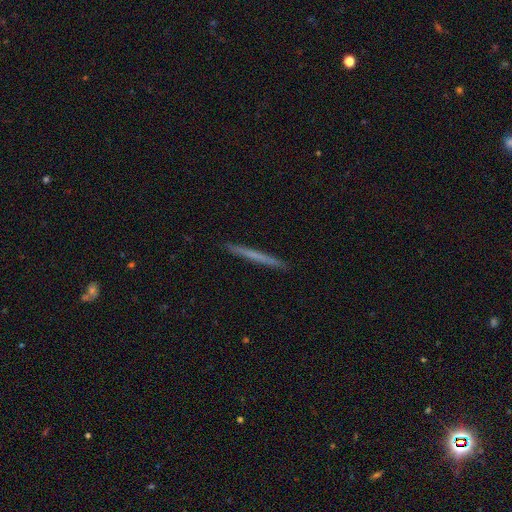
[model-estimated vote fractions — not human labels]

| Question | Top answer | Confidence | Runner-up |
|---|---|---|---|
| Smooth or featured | smooth | 53% | featured or disk (41%) |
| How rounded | cigar-shaped | 97% | in between (1%) |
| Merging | none | 93% | minor disturbance (5%) |